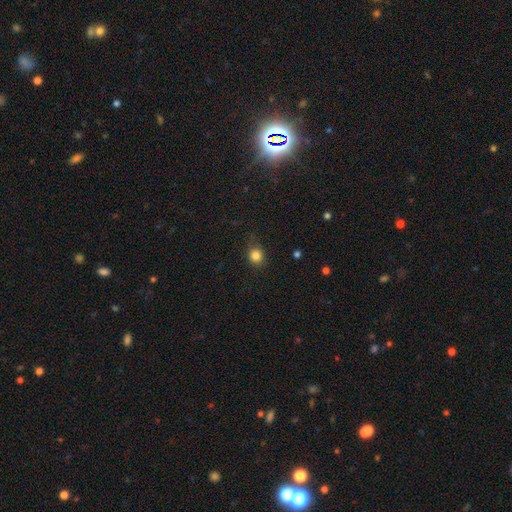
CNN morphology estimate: Smooth or featured?
  - smooth: 83% *
  - star or artifact: 12%
  - featured or disk: 5%
How rounded?
  - round: 82% *
  - in between: 17%
  - cigar-shaped: 1%
Merging?
  - none: 78% *
  - minor disturbance: 16%
  - major disturbance: 5%
  - merger: 1%